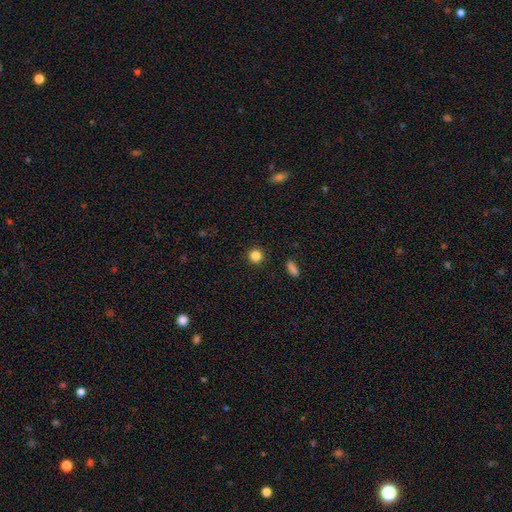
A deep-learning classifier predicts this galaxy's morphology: Smooth or featured?
  - smooth: 84% *
  - star or artifact: 12%
  - featured or disk: 4%
How rounded?
  - round: 94% *
  - in between: 5%
  - cigar-shaped: 1%
Merging?
  - none: 92% *
  - minor disturbance: 5%
  - major disturbance: 2%
  - merger: 1%